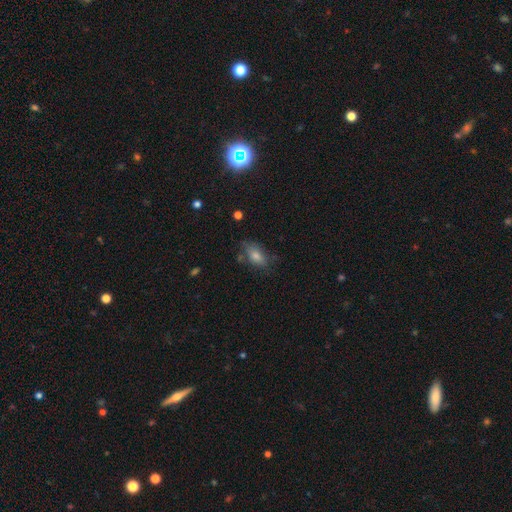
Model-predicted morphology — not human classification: Smooth or featured: smooth — 61% (featured or disk — 20%)
How rounded: in between — 81% (round — 10%)
Merging: none — 67% (minor disturbance — 22%)